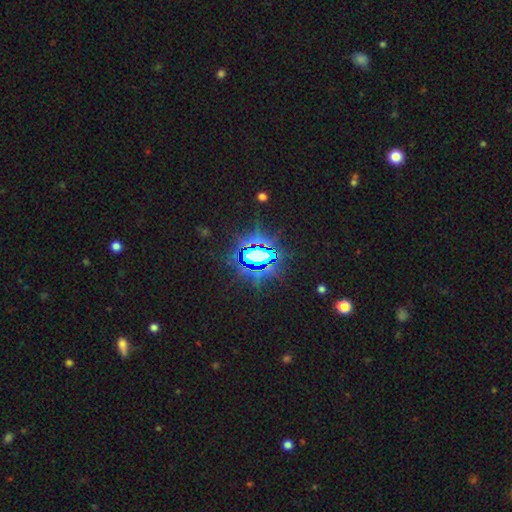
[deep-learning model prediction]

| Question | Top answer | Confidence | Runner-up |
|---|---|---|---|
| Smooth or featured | star or artifact | 82% | smooth (12%) |